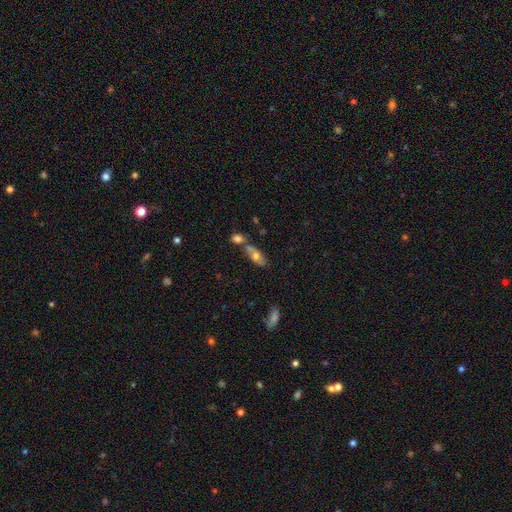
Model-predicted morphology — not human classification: The model was most divided on "merging": none: 41%, merger: 40%, minor disturbance: 14%, major disturbance: 5%. More confident: how rounded — in between (78%); smooth or featured — smooth (56%).